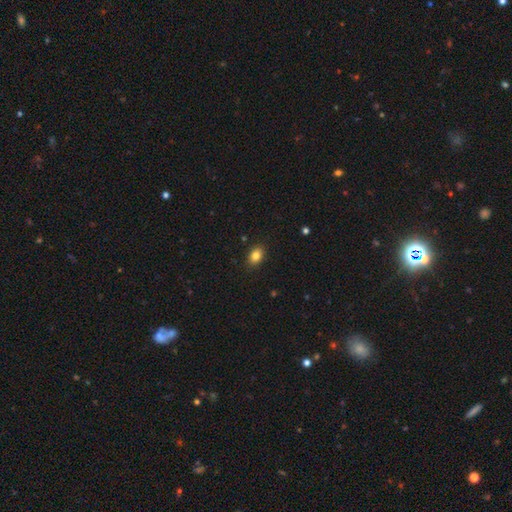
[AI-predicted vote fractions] Smooth or featured? Predicted: smooth (p=0.83). How rounded? Predicted: in between (p=0.76). Merging? Predicted: none (p=0.88).